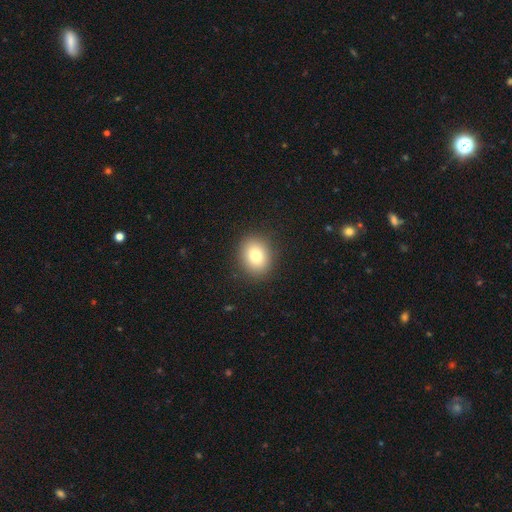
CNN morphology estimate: smooth_or_featured: smooth (p=0.80) [alt: star or artifact p=0.11]
how_rounded: round (p=0.59) [alt: in between p=0.40]
merging: none (p=0.89) [alt: minor disturbance p=0.07]